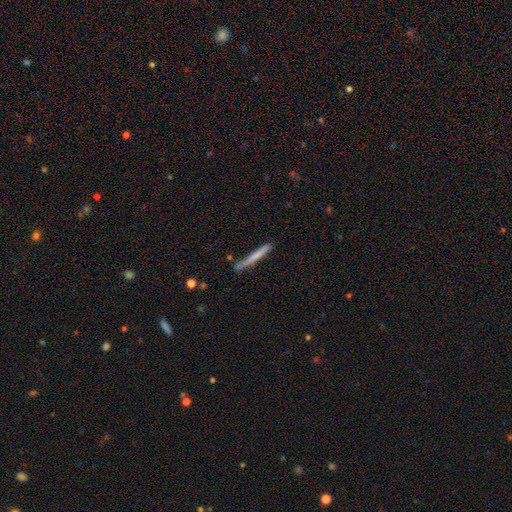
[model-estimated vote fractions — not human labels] A smooth galaxy with no disk features (64%) that is cigar-shaped (97%). Merging: none (80%).